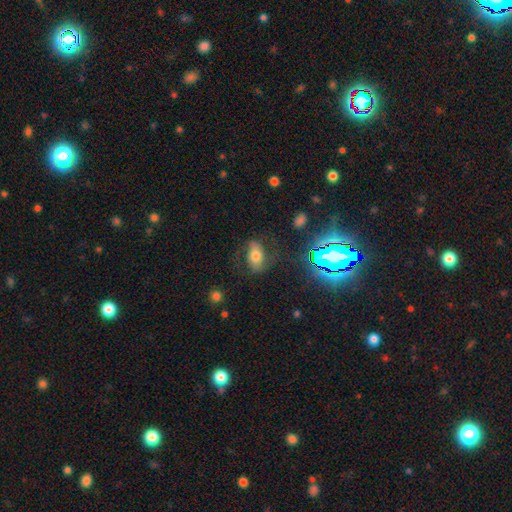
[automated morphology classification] Overall: smooth (42%; featured or disk 40%). Merging: none (67%).